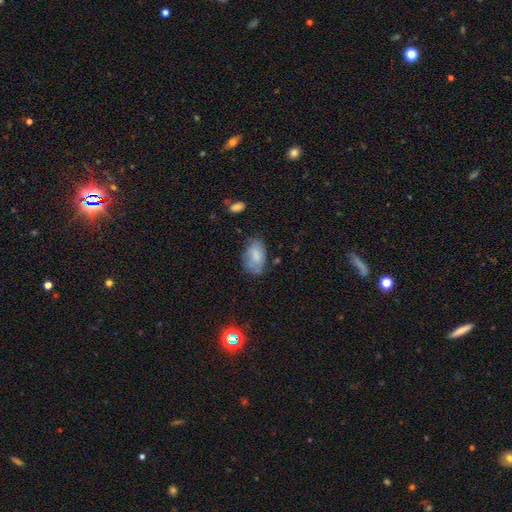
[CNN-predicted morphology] type=smooth (77%); roundness=in between (92%); merging=none (61%).